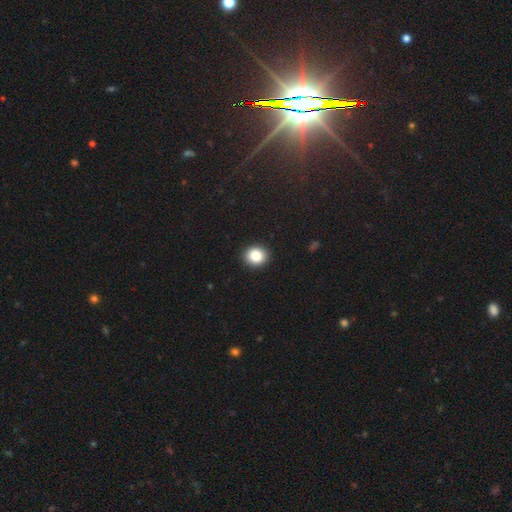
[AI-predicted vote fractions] smooth-or-featured: smooth: 85% | star or artifact: 10% | featured or disk: 6%
  how-rounded: round: 74% | in between: 25% | cigar-shaped: 1%
  merging: none: 92% | minor disturbance: 6% | major disturbance: 2% | merger: 1%